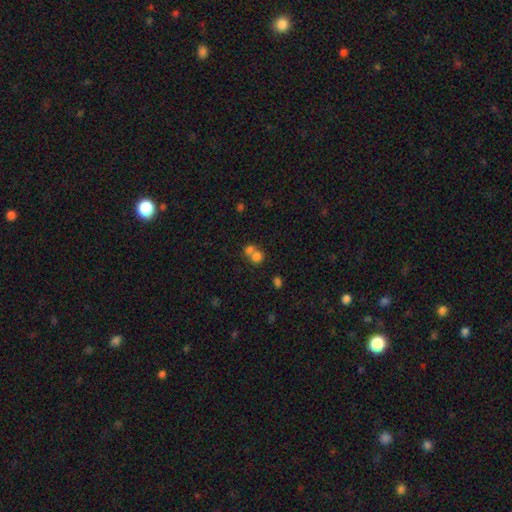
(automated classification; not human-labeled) This is likely a smooth galaxy (73%). How rounded: likely round (68%). Merging: possibly merger (58%).